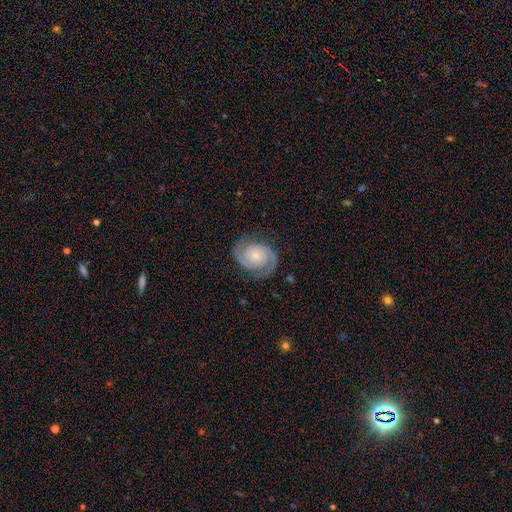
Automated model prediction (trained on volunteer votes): smooth-or-featured: featured or disk: 90% | smooth: 5% | star or artifact: 5%
  disk-edge-on: no: 98% | yes: 2%
    bar: no: 75% | weak: 19% | strong: 6%
    has-spiral-arms: yes: 98% | no: 2%
      spiral-winding: tight: 58% | medium: 36% | loose: 6%
      spiral-arm-count: 2: 93% | can't tell: 2% | 3: 2% | 1: 1% | 4: 1% | more than 4: 1%
    bulge-size: small: 64% | moderate: 27% | none: 5% | large: 3% | dominant: 1%
  merging: none: 83% | minor disturbance: 12% | major disturbance: 4% | merger: 1%